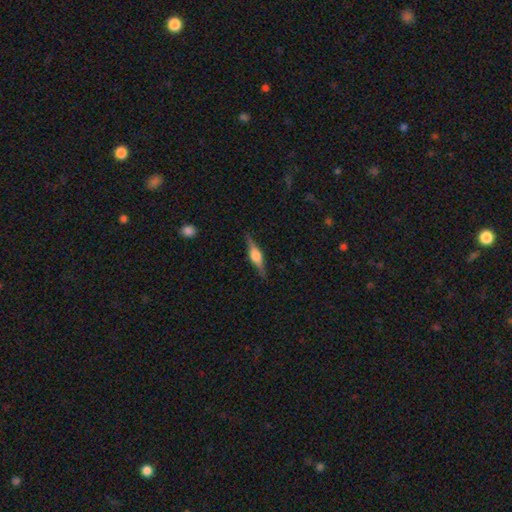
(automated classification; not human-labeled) Overall: featured or disk (70%). Edge-on disk: yes (97%). Edge-on bulge: rounded (84%). Merging: none (87%).